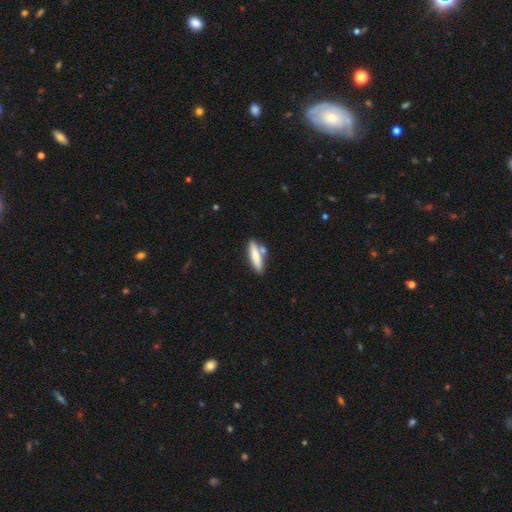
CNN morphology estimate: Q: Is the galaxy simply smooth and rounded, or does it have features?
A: smooth — 73%.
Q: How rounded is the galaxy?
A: cigar-shaped — 71%.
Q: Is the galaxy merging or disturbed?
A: none — 67%.